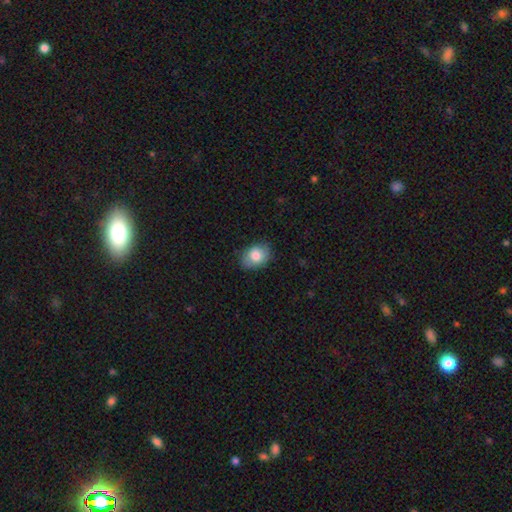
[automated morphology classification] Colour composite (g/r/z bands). It shows a smooth galaxy with no disk features (82%) that is in between round and cigar-shaped (74%). Merging: none (82%).